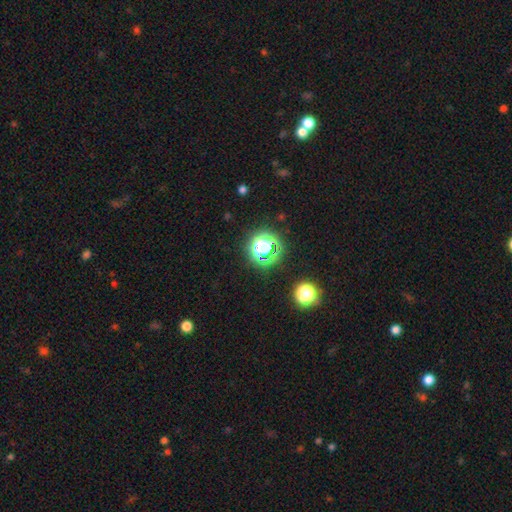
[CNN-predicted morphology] smooth-or-featured: star or artifact: 62% | smooth: 29% | featured or disk: 9%